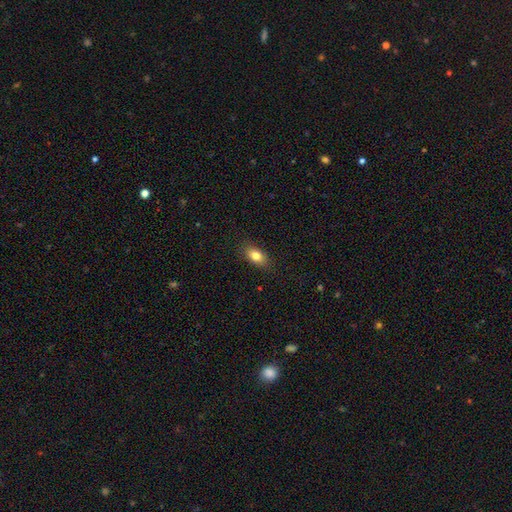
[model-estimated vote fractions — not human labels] smooth_or_featured: smooth (p=0.81) [alt: featured or disk p=0.11]
how_rounded: in between (p=0.87) [alt: round p=0.08]
merging: none (p=0.86) [alt: minor disturbance p=0.10]